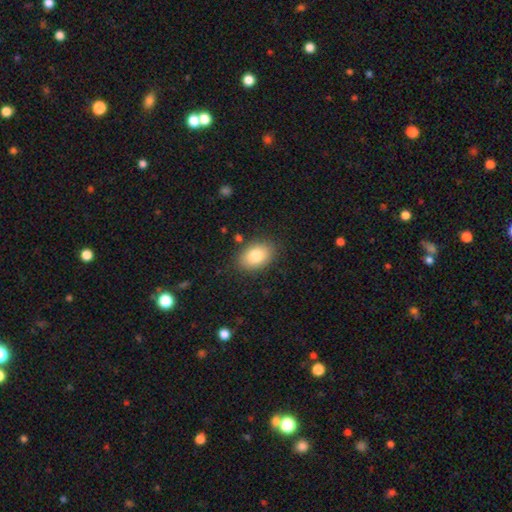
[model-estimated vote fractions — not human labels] The model was most divided on "how rounded": in between: 81%, round: 18%, cigar-shaped: 1%. More confident: merging — none (85%); smooth or featured — smooth (81%).